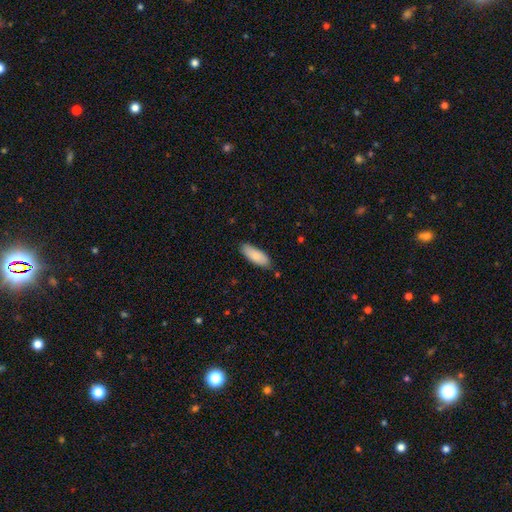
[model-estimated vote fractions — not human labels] smooth_or_featured: smooth (p=0.84) [alt: featured or disk p=0.10]
how_rounded: in between (p=0.72) [alt: cigar-shaped p=0.27]
merging: none (p=0.82) [alt: minor disturbance p=0.14]